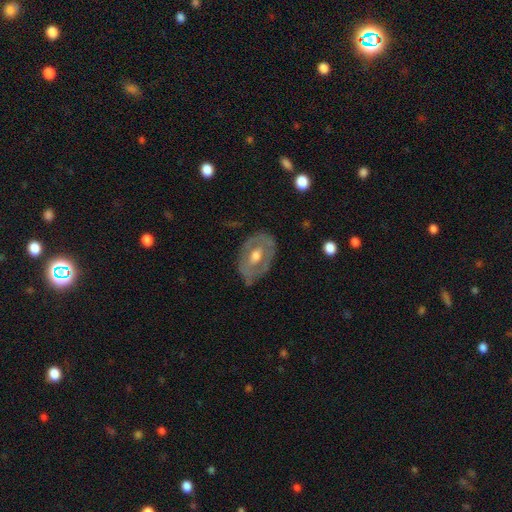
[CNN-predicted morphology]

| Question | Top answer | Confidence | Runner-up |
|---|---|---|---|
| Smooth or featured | featured or disk | 66% | smooth (28%) |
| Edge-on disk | no | 92% | yes (8%) |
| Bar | no | 58% | weak (31%) |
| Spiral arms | no | 69% | yes (31%) |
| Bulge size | moderate | 73% | small (14%) |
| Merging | none | 74% | minor disturbance (18%) |